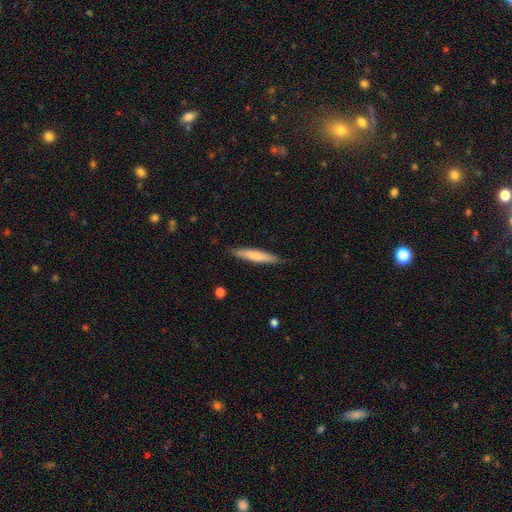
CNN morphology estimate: This appears to be a smooth galaxy with no disk features (69%) that is cigar-shaped (90%). Merging: none (87%).